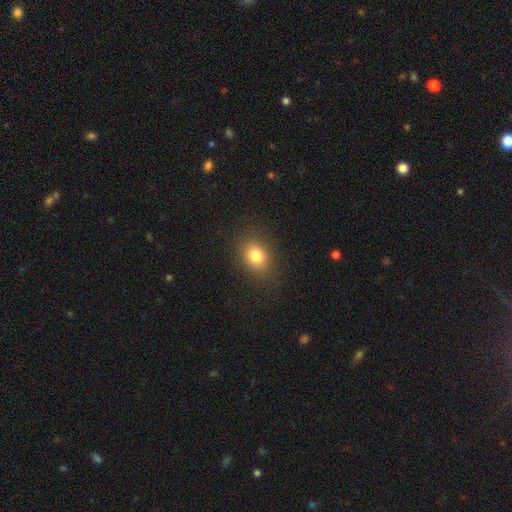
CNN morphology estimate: This is clearly a smooth galaxy (81%). How rounded: possibly in between (51%). Merging: clearly none (86%).